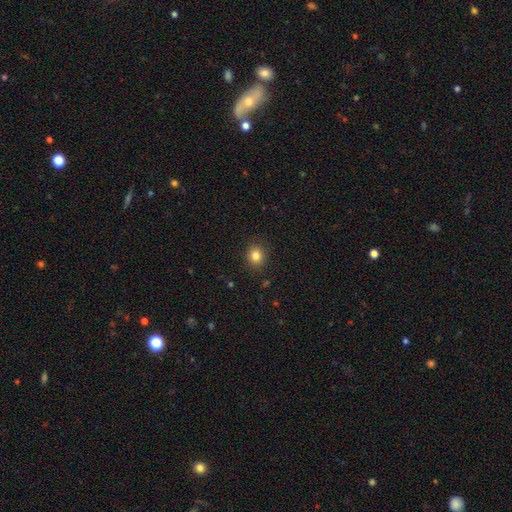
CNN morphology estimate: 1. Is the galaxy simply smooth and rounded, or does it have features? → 83% smooth, 11% star or artifact, 6% featured or disk.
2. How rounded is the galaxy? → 76% round, 23% in between, 1% cigar-shaped.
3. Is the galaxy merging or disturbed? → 88% none, 8% minor disturbance, 2% major disturbance, 1% merger.